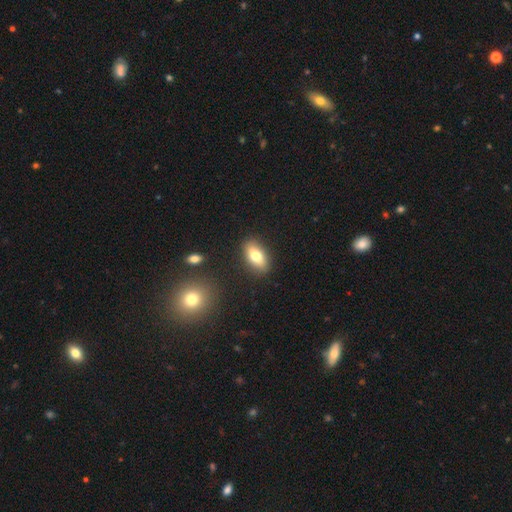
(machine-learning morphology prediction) A smooth galaxy with no disk features (73%) that is in between round and cigar-shaped (86%). Merging: none (87%).